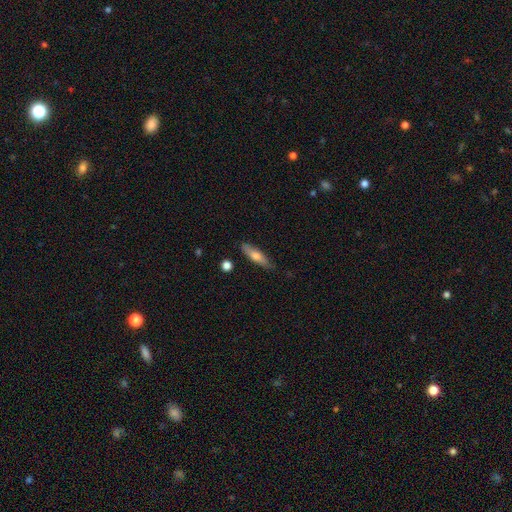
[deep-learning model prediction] This is likely a smooth galaxy (63%). How rounded: likely cigar-shaped (67%). Merging: clearly none (81%).